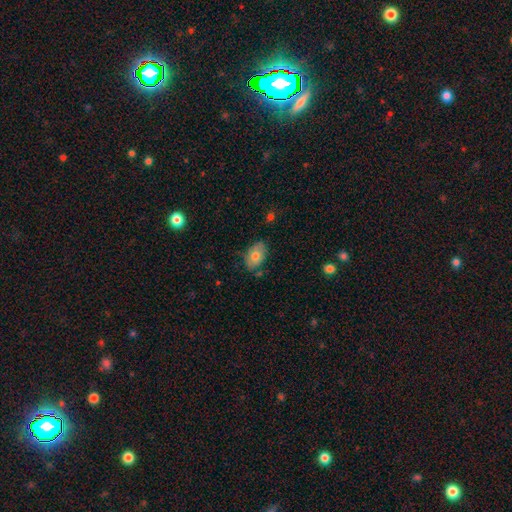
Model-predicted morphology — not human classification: A smooth galaxy with no disk features (73%) that is in between round and cigar-shaped (89%). Merging: none (72%).